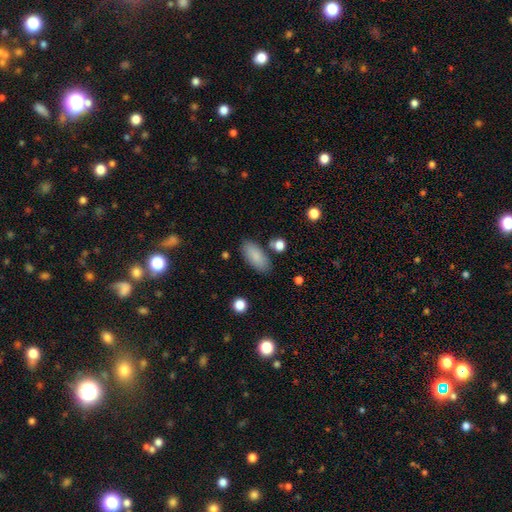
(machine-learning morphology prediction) smooth 86%, featured or disk 7%, star or artifact 7%. Down the decision tree: how rounded — in between (87%); merging — none (81%).